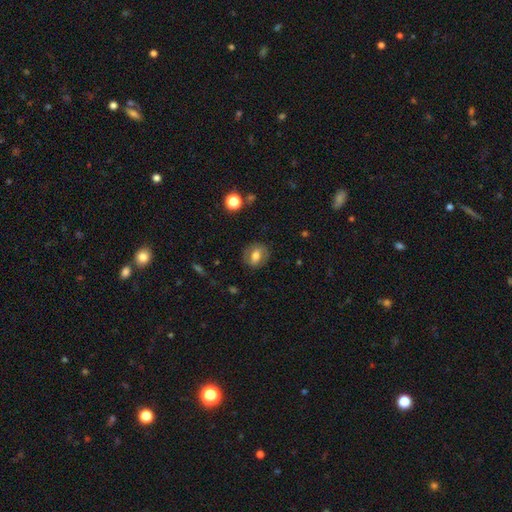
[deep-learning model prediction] This is possibly a smooth galaxy (55%). How rounded: possibly round (54%). Merging: clearly none (81%).